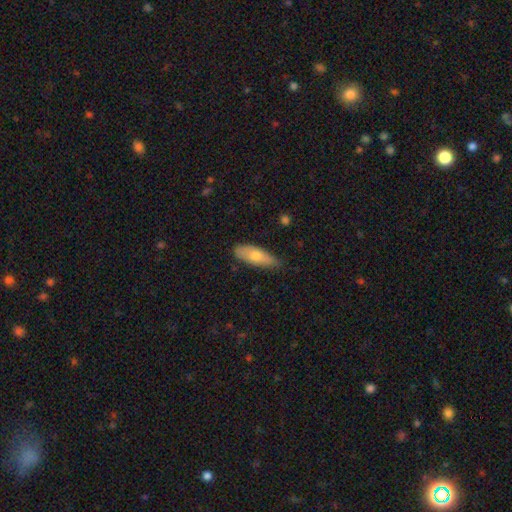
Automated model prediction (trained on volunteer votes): smooth-or-featured: smooth: 68% | featured or disk: 26% | star or artifact: 6%
  how-rounded: in between: 62% | cigar-shaped: 36% | round: 2%
  merging: none: 72% | minor disturbance: 23% | major disturbance: 3% | merger: 1%